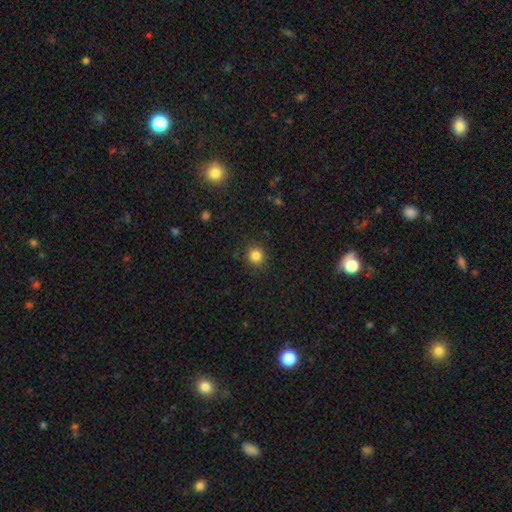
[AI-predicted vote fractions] This appears to be a smooth galaxy with no disk features (83%) that is round (90%). Merging: none (90%).